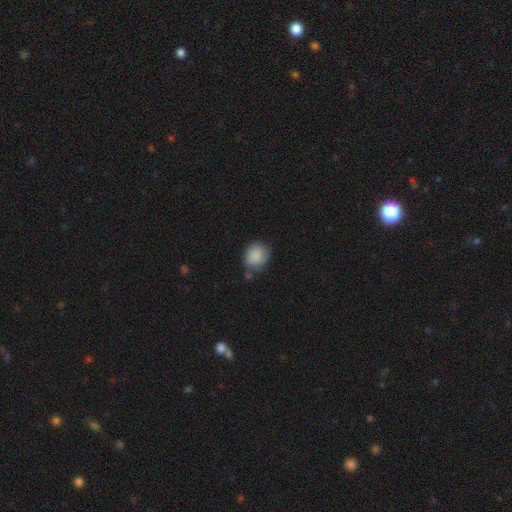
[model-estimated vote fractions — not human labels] This is clearly a smooth galaxy (88%). How rounded: likely round (68%). Merging: likely none (69%).